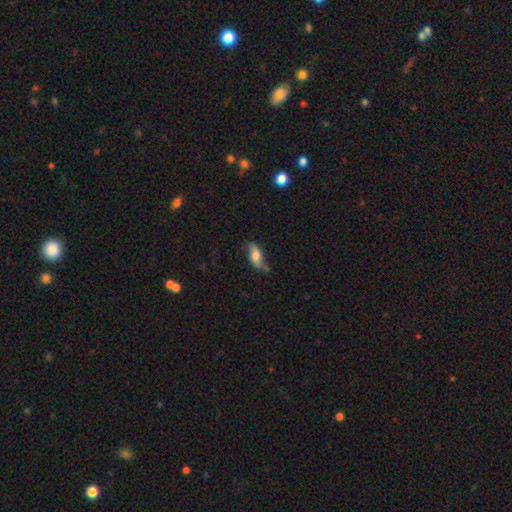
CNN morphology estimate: smooth 47%, featured or disk 45%, star or artifact 7%. Down the decision tree: merging — none (61%).